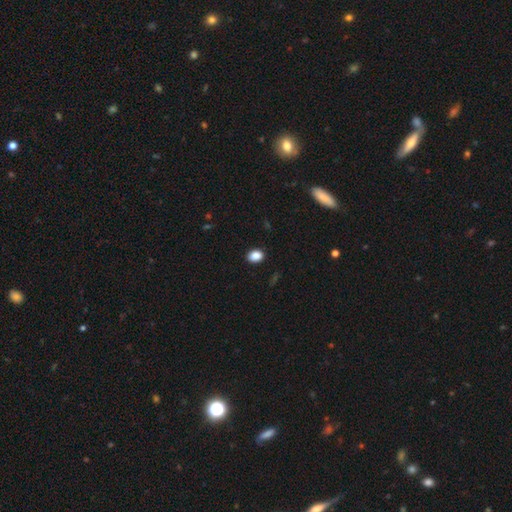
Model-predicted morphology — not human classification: Smooth or featured? smooth (88%)
How rounded? in between (75%)
Merging? none (88%)